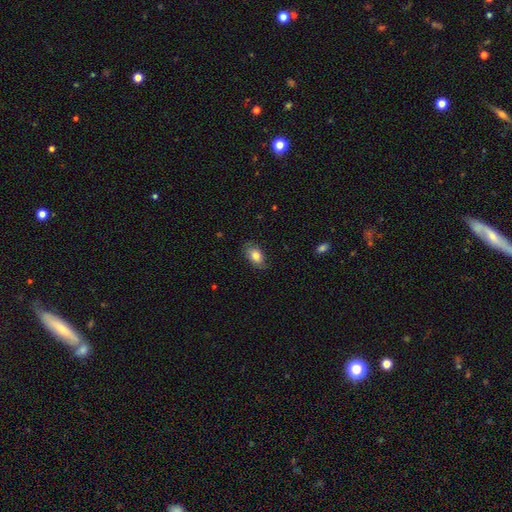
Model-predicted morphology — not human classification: smooth_or_featured: smooth (p=0.76) [alt: featured or disk p=0.17]
how_rounded: in between (p=0.90) [alt: round p=0.08]
merging: none (p=0.74) [alt: minor disturbance p=0.20]